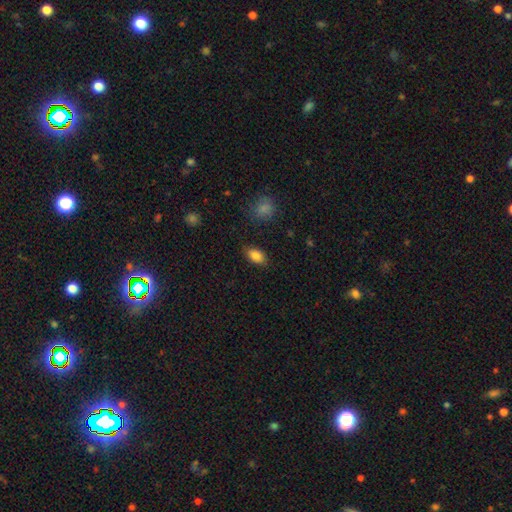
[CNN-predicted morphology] smooth-or-featured: smooth: 85% | star or artifact: 8% | featured or disk: 7%
  how-rounded: in between: 91% | round: 6% | cigar-shaped: 3%
  merging: none: 85% | minor disturbance: 11% | major disturbance: 3% | merger: 1%